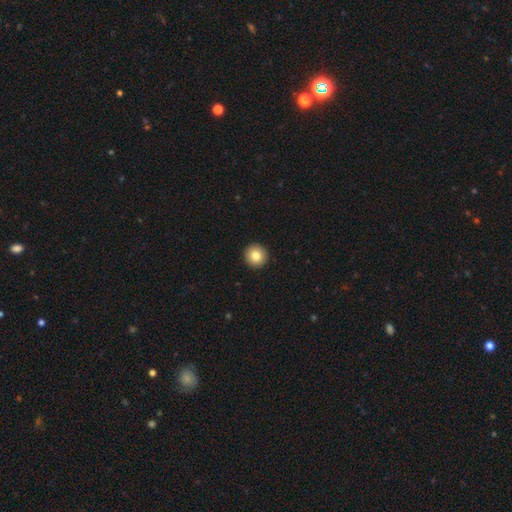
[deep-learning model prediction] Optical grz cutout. It shows a smooth galaxy with no disk features (82%) that is round (96%). Merging: none (94%).